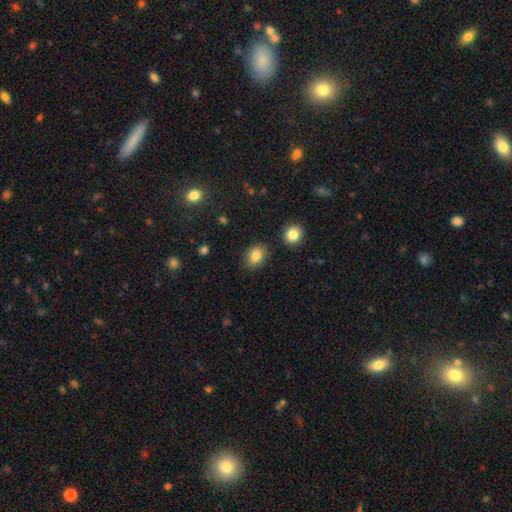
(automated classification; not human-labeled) Smooth or featured? Predicted: smooth (p=0.84). How rounded? Predicted: in between (p=0.76). Merging? Predicted: none (p=0.84).